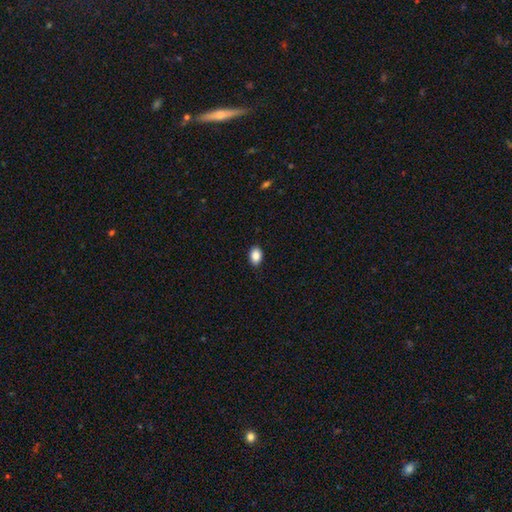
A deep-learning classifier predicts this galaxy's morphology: Q: Smooth or featured?
A: smooth (88%); runner-up: star or artifact (8%)
Q: How rounded?
A: in between (84%); runner-up: round (15%)
Q: Merging?
A: none (89%); runner-up: minor disturbance (9%)